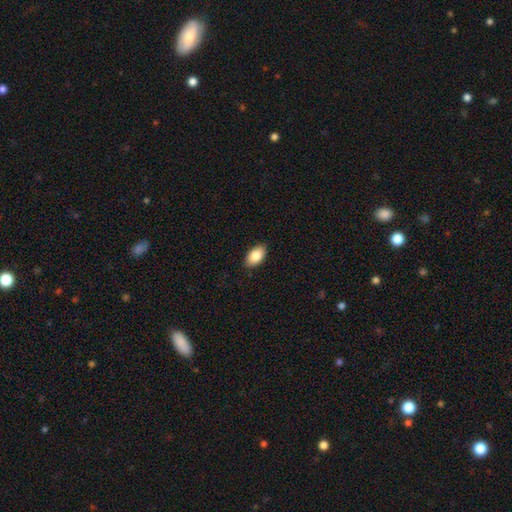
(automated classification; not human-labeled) Morphology: type=smooth (85%); roundness=in between (94%); merging=none (88%).